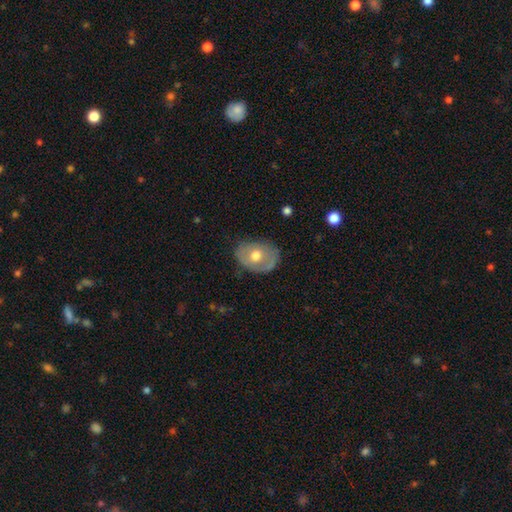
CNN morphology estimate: smooth_or_featured: smooth (p=0.51) [alt: featured or disk p=0.42]
how_rounded: in between (p=0.67) [alt: round p=0.32]
merging: none (p=0.72) [alt: minor disturbance p=0.20]